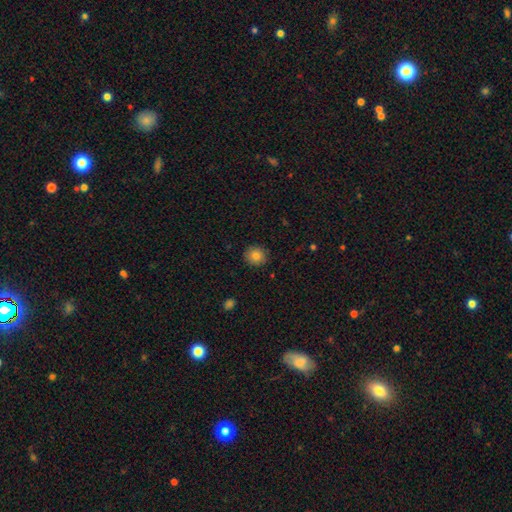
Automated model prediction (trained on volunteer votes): smooth 83%, star or artifact 10%, featured or disk 7%. Down the decision tree: how rounded — round (85%); merging — none (89%).